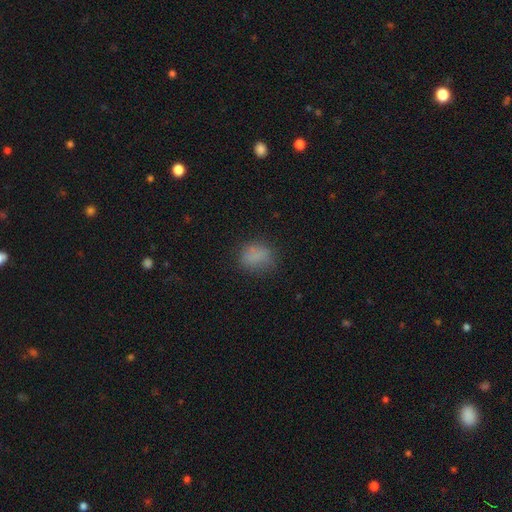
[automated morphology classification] This appears to be a smooth galaxy with no disk features (79%) that is in between round and cigar-shaped (53%). Merging: none (72%).